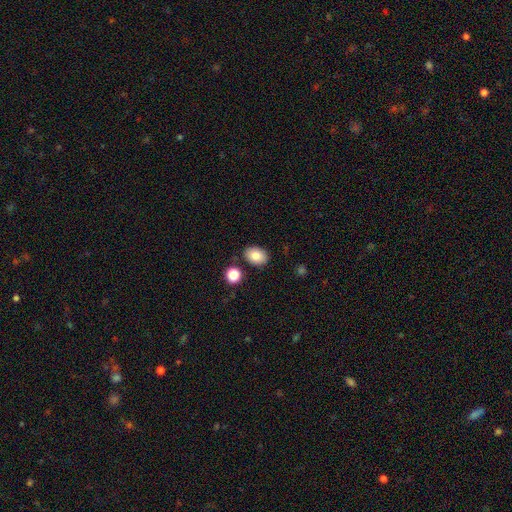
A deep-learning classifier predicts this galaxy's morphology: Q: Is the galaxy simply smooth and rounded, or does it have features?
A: smooth — 83%.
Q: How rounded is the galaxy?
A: in between — 74%.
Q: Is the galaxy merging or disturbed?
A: none — 84%.